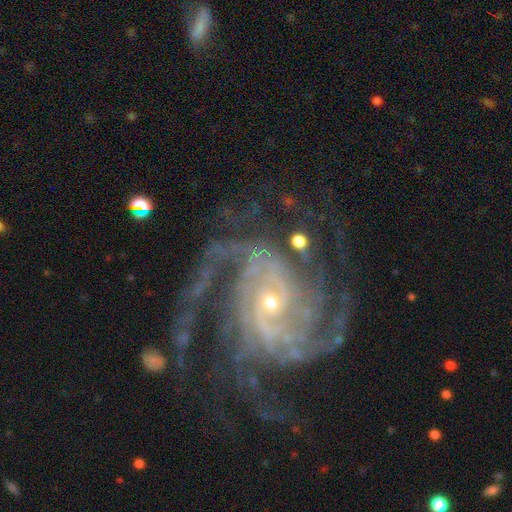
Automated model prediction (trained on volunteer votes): The model was most divided on "spiral winding": tight: 50%, medium: 38%, loose: 11%. Remaining: spiral arms — yes (98%); edge-on disk — no (97%); smooth or featured — featured or disk (89%); bulge size — small (71%); bar — no (62%); merging — none (57%); spiral arm count — 2 (33%).